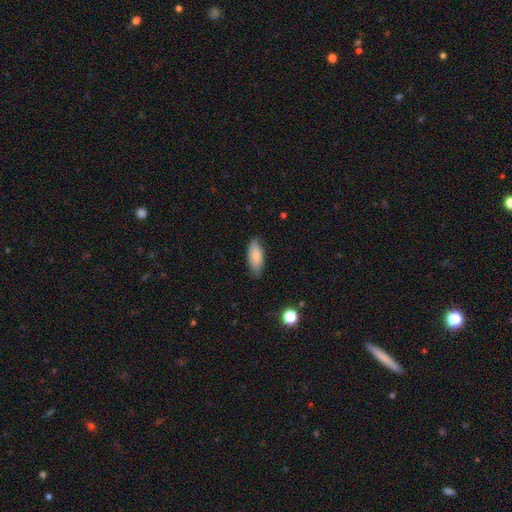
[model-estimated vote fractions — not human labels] Smooth or featured? smooth (83%)
How rounded? in between (85%)
Merging? none (80%)